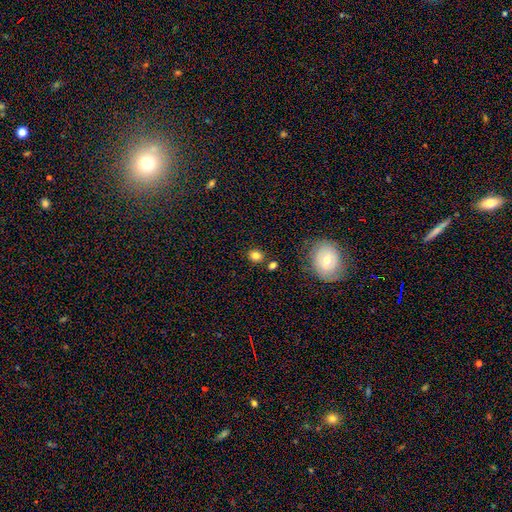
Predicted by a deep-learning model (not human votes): This is clearly a smooth galaxy (80%). How rounded: likely round (69%). Merging: likely none (80%).